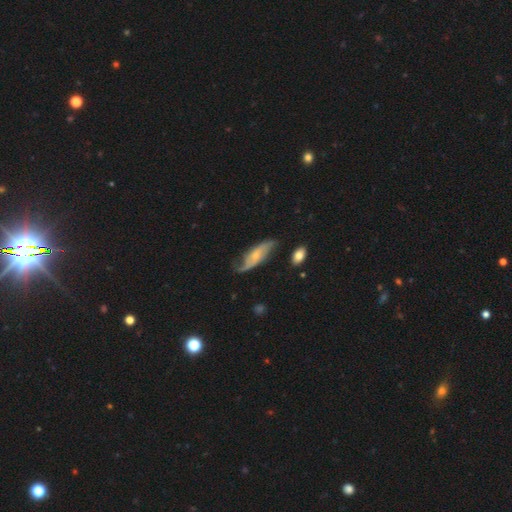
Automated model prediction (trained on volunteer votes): Q: Smooth or featured?
A: featured or disk (65%); runner-up: smooth (29%)
Q: Edge-on disk?
A: no (85%); runner-up: yes (15%)
Q: Bar?
A: no (62%); runner-up: weak (30%)
Q: Spiral arms?
A: yes (89%); runner-up: no (11%)
Q: Bulge size?
A: small (62%); runner-up: moderate (28%)
Q: Merging?
A: none (57%); runner-up: minor disturbance (29%)